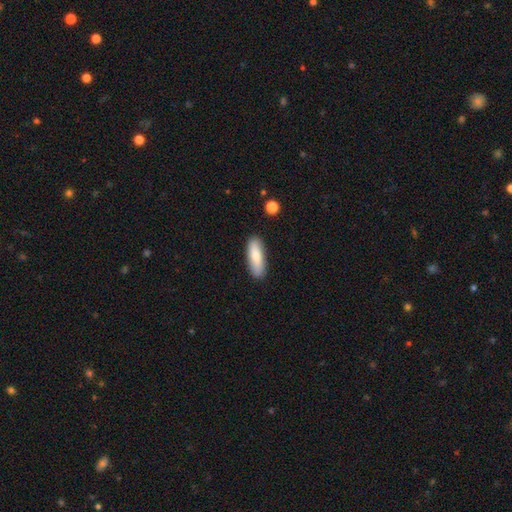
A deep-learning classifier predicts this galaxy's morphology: Q: Smooth or featured?
A: smooth (80%); runner-up: featured or disk (14%)
Q: How rounded?
A: in between (60%); runner-up: cigar-shaped (38%)
Q: Merging?
A: none (86%); runner-up: minor disturbance (10%)